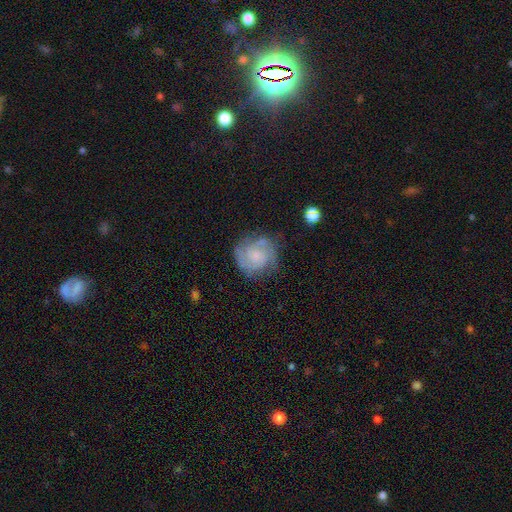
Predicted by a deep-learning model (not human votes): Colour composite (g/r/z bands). It shows a featured or disk galaxy (73%) with no bar (65%), 2 (57%) tight (54%) spiral arms (93%) and a small central bulge (44%). Merging: none (73%).